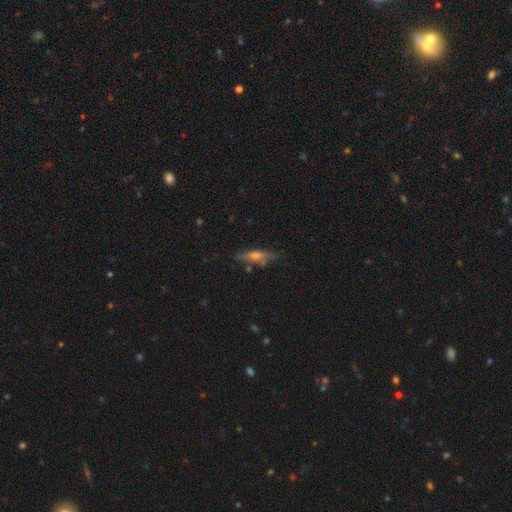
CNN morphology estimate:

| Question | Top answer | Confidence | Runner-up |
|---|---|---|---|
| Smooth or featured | featured or disk | 52% | smooth (38%) |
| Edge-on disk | yes | 85% | no (15%) |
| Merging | none | 75% | minor disturbance (16%) |